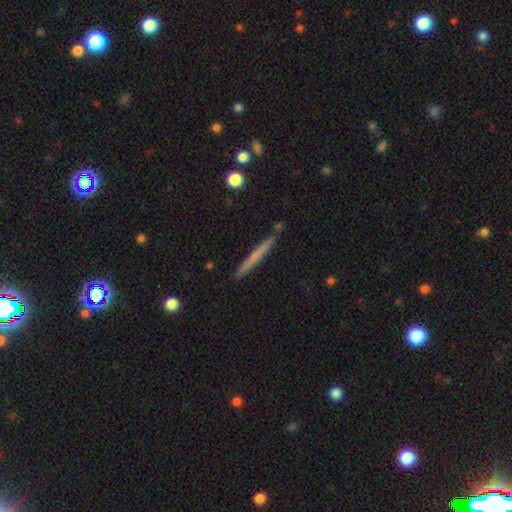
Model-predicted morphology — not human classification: smooth 60%, featured or disk 35%, star or artifact 6%. Down the decision tree: how rounded — cigar-shaped (97%); merging — none (89%).